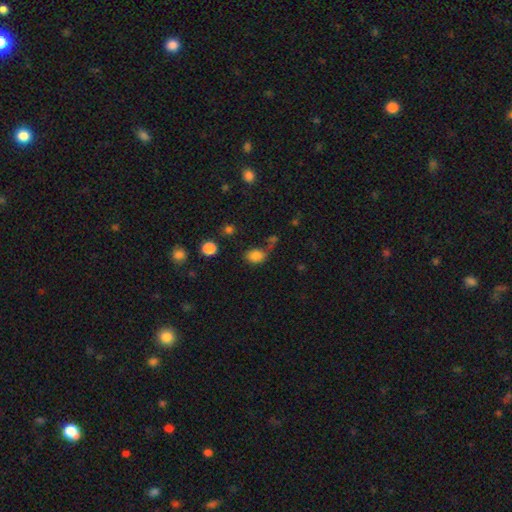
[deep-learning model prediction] A smooth galaxy with no disk features (83%) that is in between round and cigar-shaped (61%).

Vote fractions:
- Smooth or featured? smooth: 83% / star or artifact: 12% / featured or disk: 6%
- How rounded? in between: 61% / round: 38% / cigar-shaped: 1%
- Merging? none: 60% / minor disturbance: 18% / merger: 13% / major disturbance: 8%